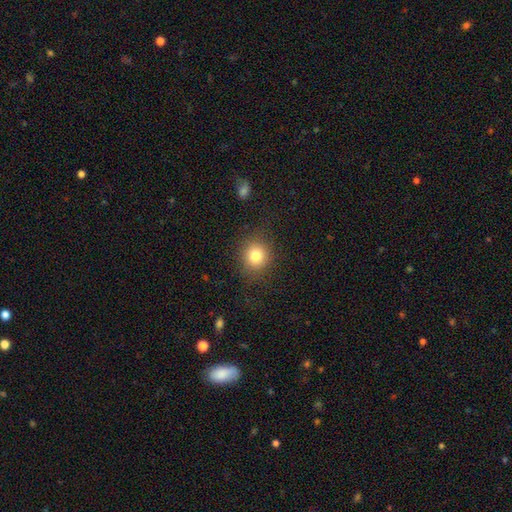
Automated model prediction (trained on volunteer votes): Morphology: type=smooth (80%); roundness=round (85%); merging=none (86%).